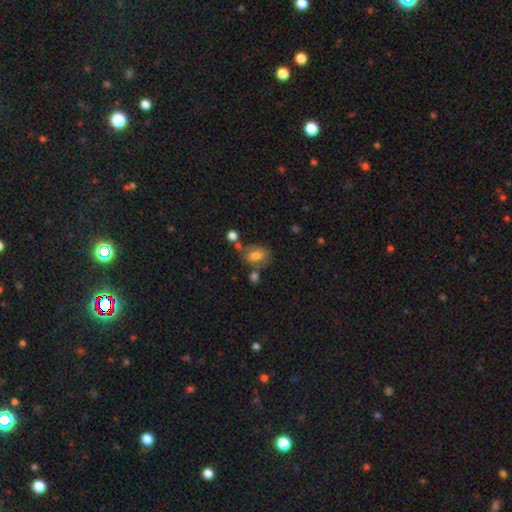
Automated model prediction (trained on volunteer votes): Morphology: type=smooth (68%); roundness=in between (79%); merging=none (51%).